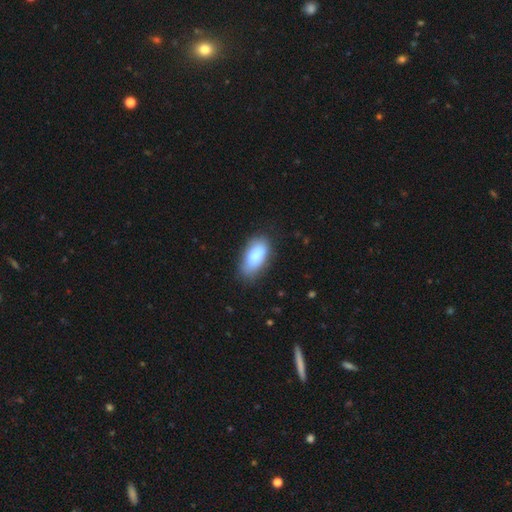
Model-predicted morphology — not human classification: Smooth or featured? smooth (84%)
How rounded? in between (91%)
Merging? none (71%)